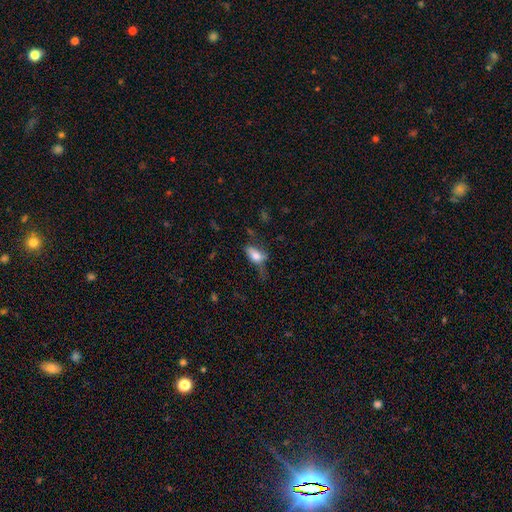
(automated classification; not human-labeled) Smooth or featured?
  - smooth: 66% *
  - featured or disk: 24%
  - star or artifact: 10%
How rounded?
  - in between: 80% *
  - cigar-shaped: 14%
  - round: 6%
Merging?
  - none: 33% *
  - major disturbance: 32%
  - minor disturbance: 30%
  - merger: 5%